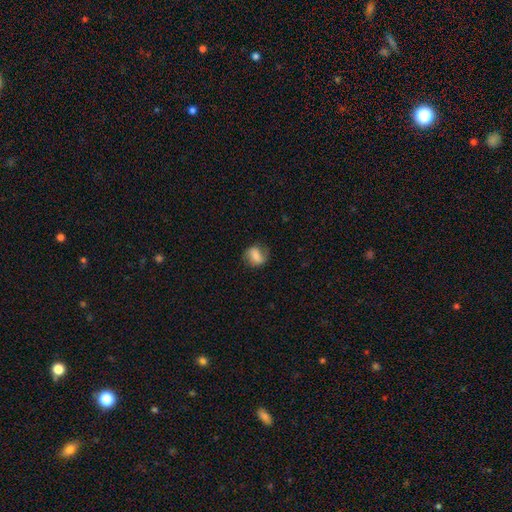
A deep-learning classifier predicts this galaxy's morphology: Smooth or featured? Predicted: smooth (p=0.63). How rounded? Predicted: in between (p=0.51). Merging? Predicted: none (p=0.71).